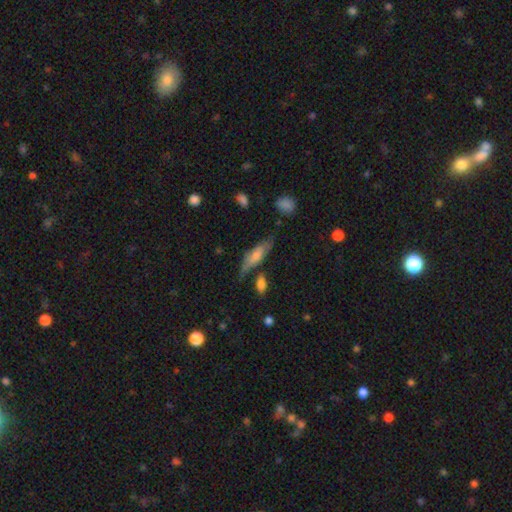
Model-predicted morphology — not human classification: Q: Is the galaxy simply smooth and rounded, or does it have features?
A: smooth — 58%.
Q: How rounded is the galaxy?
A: in between — 51%.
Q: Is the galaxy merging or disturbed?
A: none — 56%.